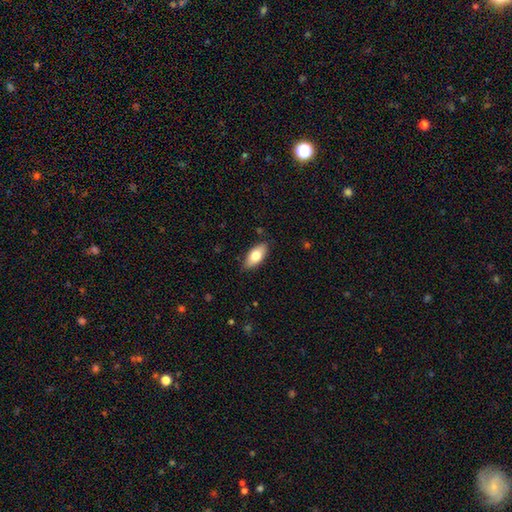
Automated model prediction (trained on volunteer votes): smooth_or_featured: smooth (p=0.76) [alt: featured or disk p=0.18]
how_rounded: in between (p=0.89) [alt: cigar-shaped p=0.08]
merging: none (p=0.85) [alt: minor disturbance p=0.12]